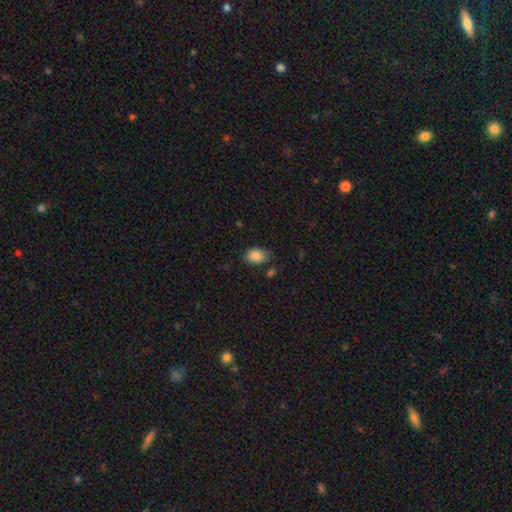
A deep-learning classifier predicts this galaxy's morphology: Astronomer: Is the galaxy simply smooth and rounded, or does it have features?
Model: smooth — 87%.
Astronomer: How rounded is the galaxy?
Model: in between — 73%.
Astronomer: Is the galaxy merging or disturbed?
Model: none — 68%.